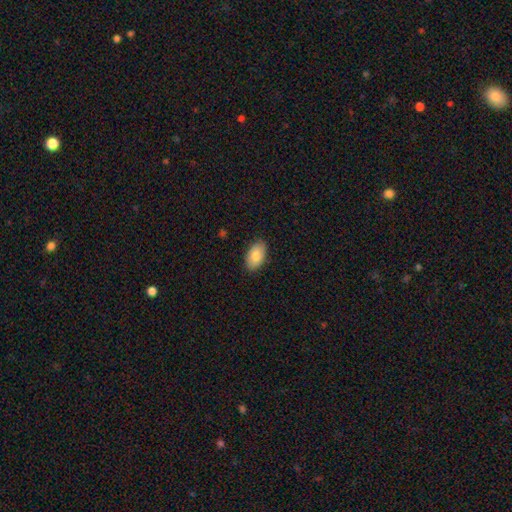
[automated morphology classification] smooth-or-featured: smooth: 83% | featured or disk: 10% | star or artifact: 6%
  how-rounded: in between: 94% | round: 5% | cigar-shaped: 2%
  merging: none: 87% | minor disturbance: 10% | major disturbance: 2% | merger: 1%